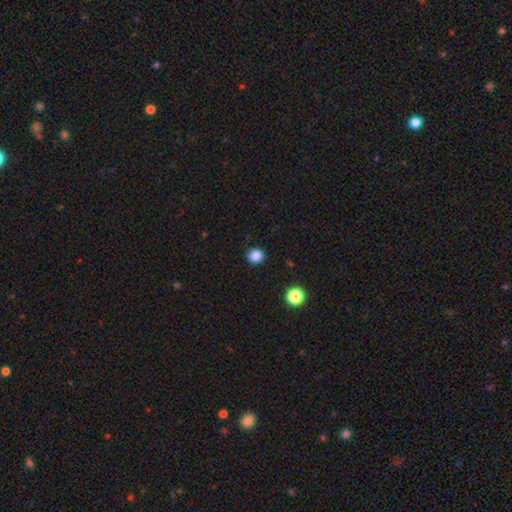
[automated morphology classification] Smooth or featured: smooth — 85% (star or artifact — 12%)
How rounded: round — 88% (in between — 11%)
Merging: none — 90% (minor disturbance — 7%)